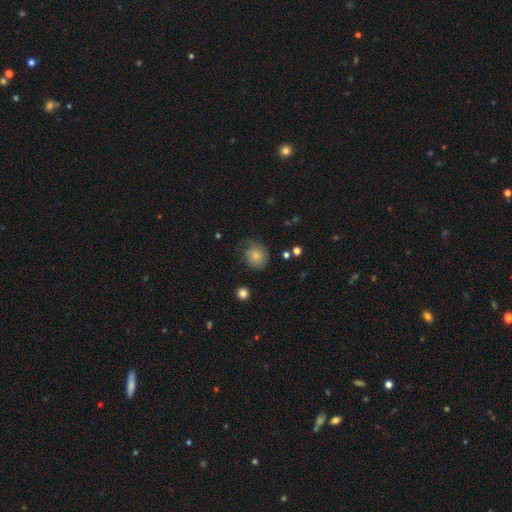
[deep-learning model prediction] This appears to be a smooth galaxy with no disk features (74%) that is round (77%). Merging: none (56%).